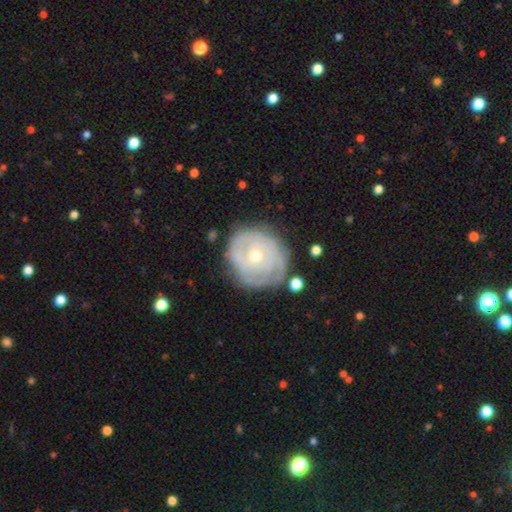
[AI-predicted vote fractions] featured or disk 72%, smooth 22%, star or artifact 6%. Down the decision tree: edge-on disk — no (97%); bar — no (83%); spiral arms — yes (76%); spiral arm count — can't tell (54%); spiral winding — tight (78%); bulge size — small (51%); merging — none (71%).